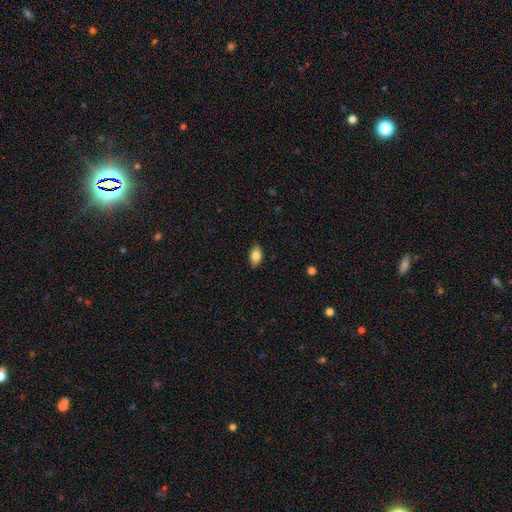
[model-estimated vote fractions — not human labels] Smooth or featured? Predicted: smooth (p=0.83). How rounded? Predicted: in between (p=0.91). Merging? Predicted: none (p=0.88).